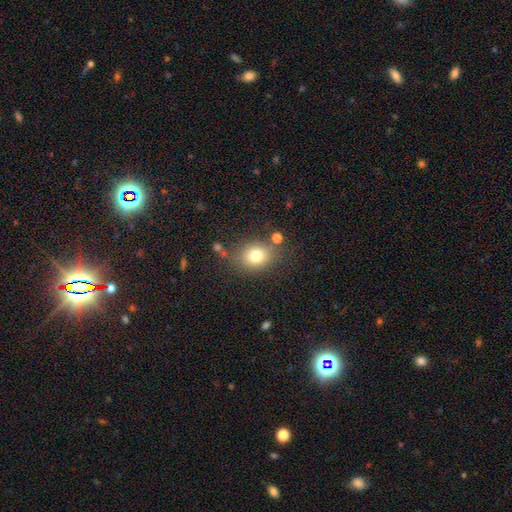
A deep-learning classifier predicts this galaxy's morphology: This appears to be a smooth galaxy with no disk features (77%) that is round (64%). Merging: none (74%).